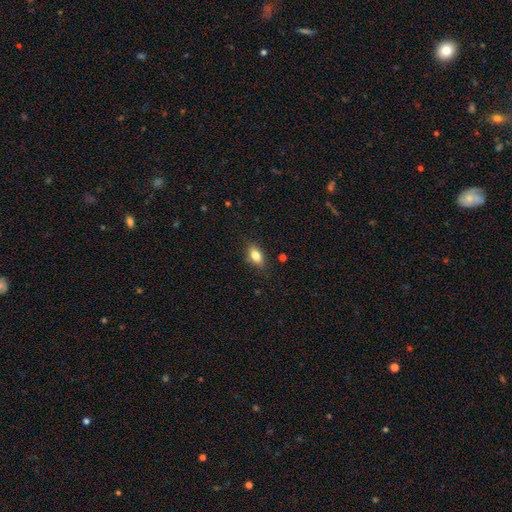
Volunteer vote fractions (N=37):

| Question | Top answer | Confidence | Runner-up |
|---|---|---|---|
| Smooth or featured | smooth | 78% | featured or disk (14%) |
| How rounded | in between | 83% | cigar-shaped (10%) |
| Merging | none | 88% | minor disturbance (9%) |